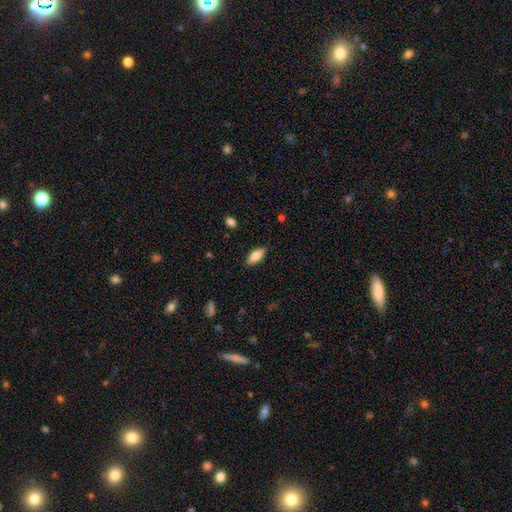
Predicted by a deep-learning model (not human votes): smooth-or-featured: smooth: 75% | featured or disk: 19% | star or artifact: 6%
  how-rounded: in between: 72% | cigar-shaped: 26% | round: 2%
  merging: none: 86% | minor disturbance: 10% | major disturbance: 2% | merger: 1%